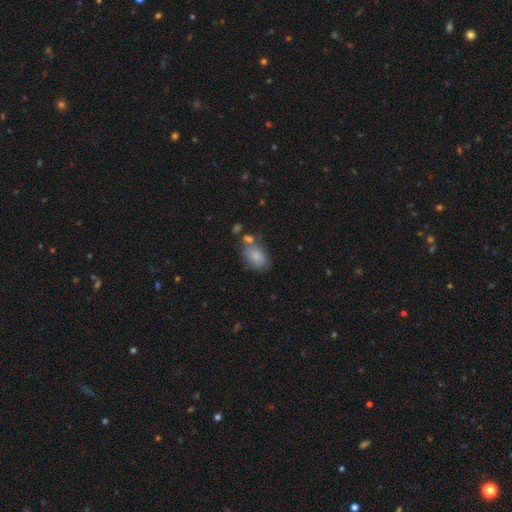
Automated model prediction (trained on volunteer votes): This is clearly a smooth galaxy (82%). How rounded: clearly in between (84%). Merging: possibly none (56%).